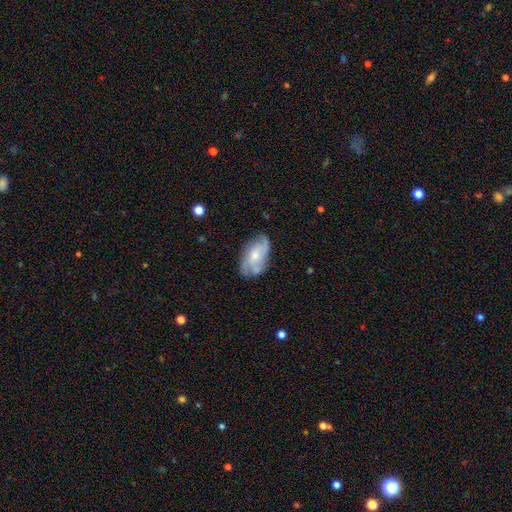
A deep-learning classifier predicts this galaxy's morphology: Overall: featured or disk (58%; smooth 36%). Edge-on disk: no (94%). Bar: no (74%). Spiral arms: yes (73%). Bulge size: moderate (47%; small 46%). Merging: none (59%; minor disturbance 27%).